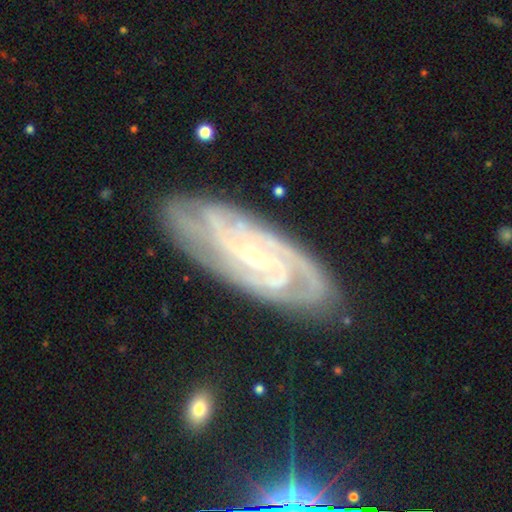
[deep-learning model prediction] Morphology: type=featured or disk (89%); edge-on=no (93%); bar=no (52%); spiral arms=yes (98%); winding=tight (72%); arm count=3 (28%); bulge=small (79%); merging=none (79%).